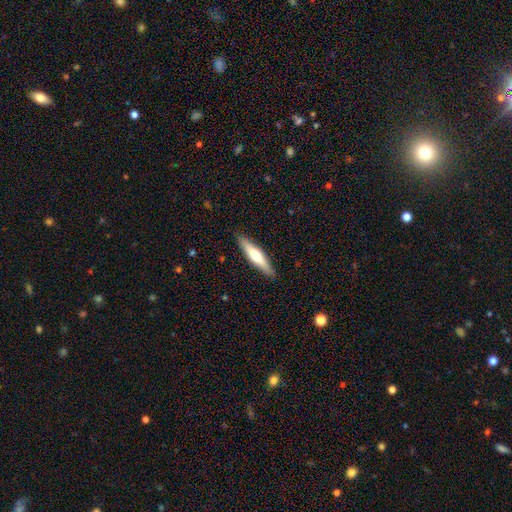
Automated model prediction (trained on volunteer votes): A smooth galaxy with no disk features (51%) that is cigar-shaped (82%). Merging: none (90%).